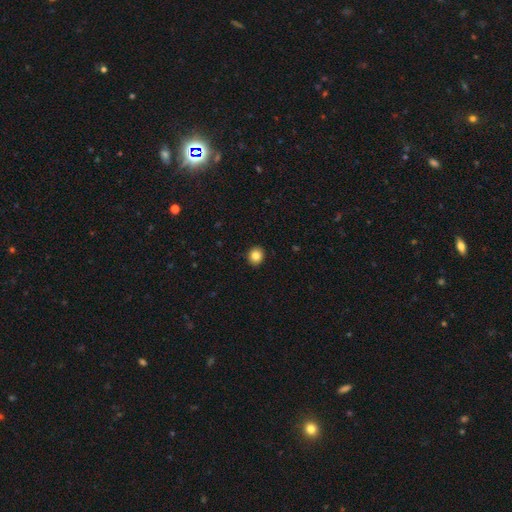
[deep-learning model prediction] Overall: smooth (85%). How rounded: round (74%). Merging: none (91%).